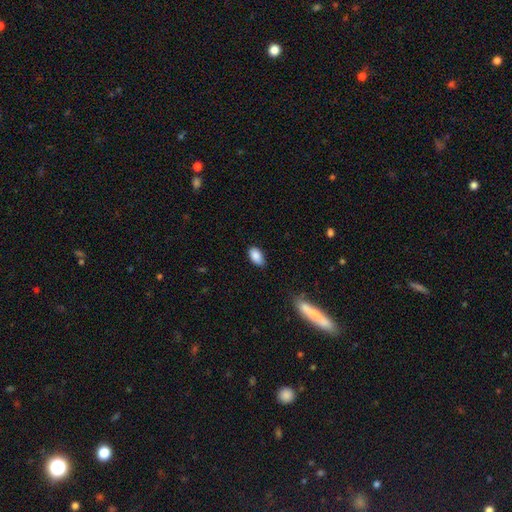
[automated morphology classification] Smooth or featured? Predicted: smooth (p=0.88). How rounded? Predicted: in between (p=0.93). Merging? Predicted: none (p=0.79).